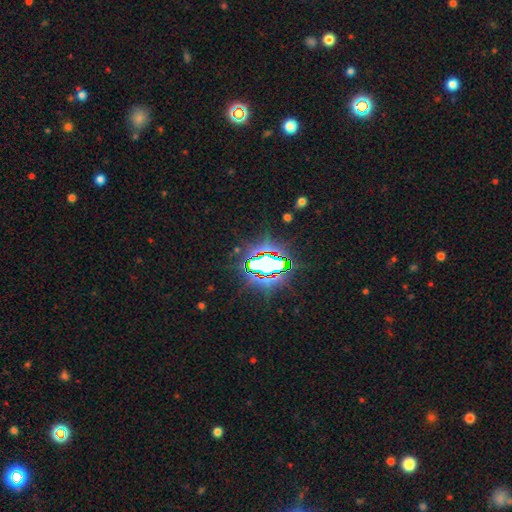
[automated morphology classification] The model was most divided on "smooth or featured": star or artifact: 84%, smooth: 9%, featured or disk: 7%.